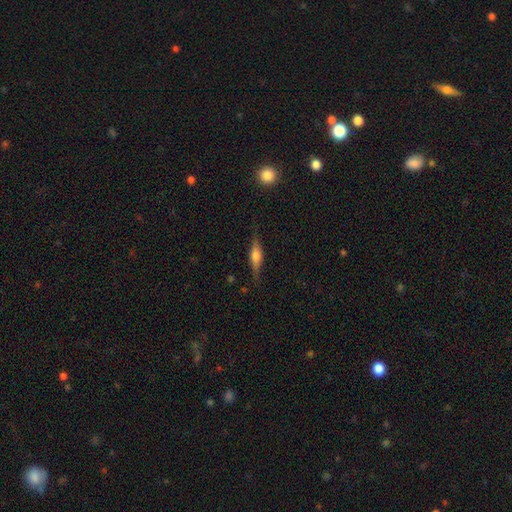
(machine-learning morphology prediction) Smooth or featured? featured or disk (56%)
Edge-on disk? yes (95%)
Edge-on bulge? rounded (84%)
Merging? none (82%)